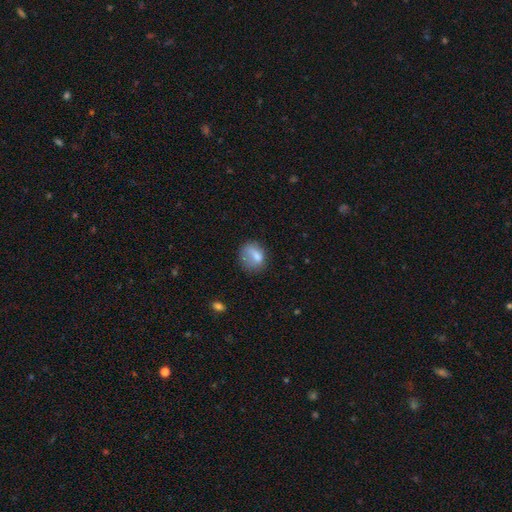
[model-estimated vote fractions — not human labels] This is likely a smooth galaxy (72%). How rounded: possibly round (53%). Merging: possibly none (50%).